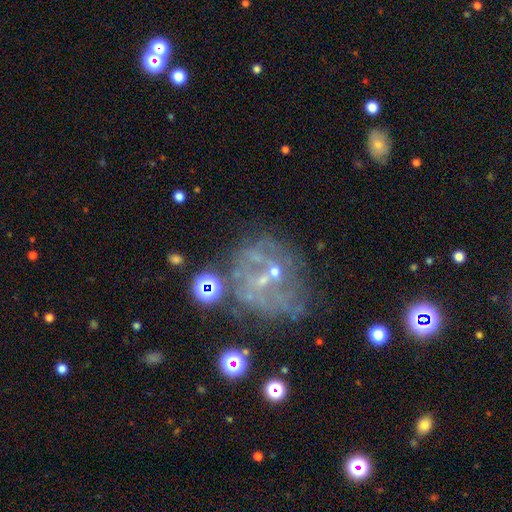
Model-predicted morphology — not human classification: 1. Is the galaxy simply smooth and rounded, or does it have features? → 58% featured or disk, 26% star or artifact, 16% smooth.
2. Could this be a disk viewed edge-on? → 98% no, 2% yes.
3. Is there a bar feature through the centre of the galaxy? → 77% no, 16% weak, 6% strong.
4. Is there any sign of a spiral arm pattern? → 74% no, 26% yes.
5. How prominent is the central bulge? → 48% small, 35% none, 15% moderate, 2% large, 1% dominant.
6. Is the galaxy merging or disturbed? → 44% none, 24% major disturbance, 18% minor disturbance, 14% merger.